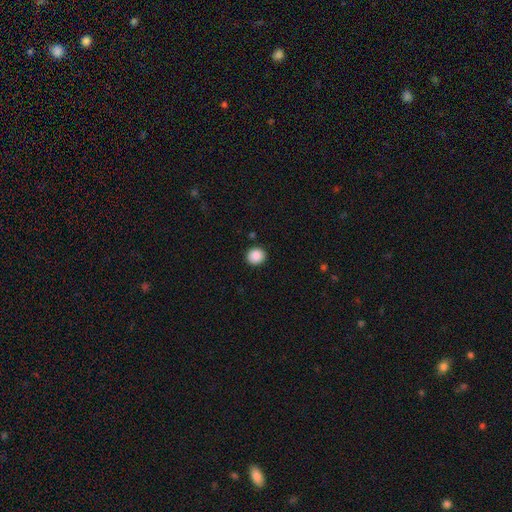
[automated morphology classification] The model was most divided on "how rounded": round: 84%, in between: 15%, cigar-shaped: 1%. More confident: merging — none (90%); smooth or featured — smooth (89%).